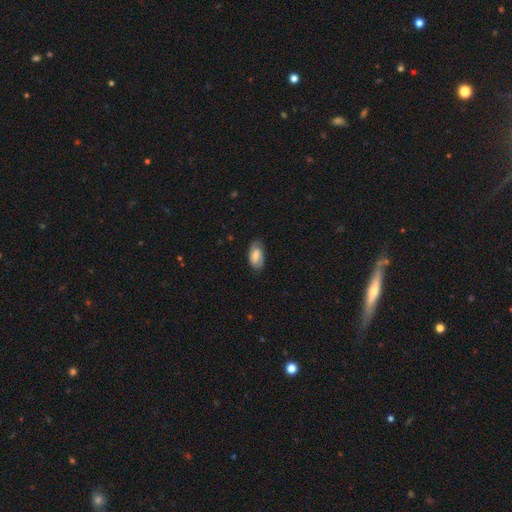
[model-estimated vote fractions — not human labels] A smooth galaxy with no disk features (50%) that is in between round and cigar-shaped (92%).

Vote fractions:
- Smooth or featured? smooth: 50% / featured or disk: 42% / star or artifact: 7%
- How rounded? in between: 92% / round: 4% / cigar-shaped: 4%
- Merging? none: 77% / minor disturbance: 18% / major disturbance: 4% / merger: 1%